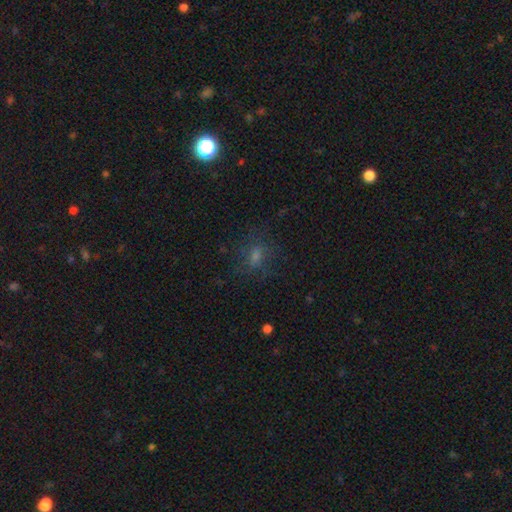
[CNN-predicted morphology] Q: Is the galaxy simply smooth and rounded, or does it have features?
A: smooth — 54%.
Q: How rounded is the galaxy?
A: in between — 49%.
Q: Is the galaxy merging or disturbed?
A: none — 71%.